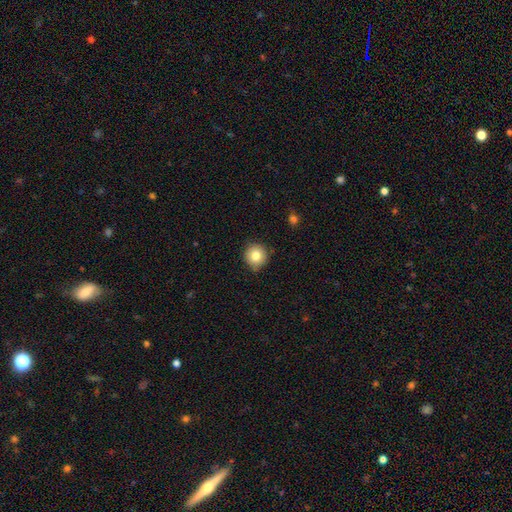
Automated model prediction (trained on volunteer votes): The model was most divided on "smooth or featured": smooth: 81%, star or artifact: 10%, featured or disk: 9%. More confident: how rounded — round (94%); merging — none (86%).